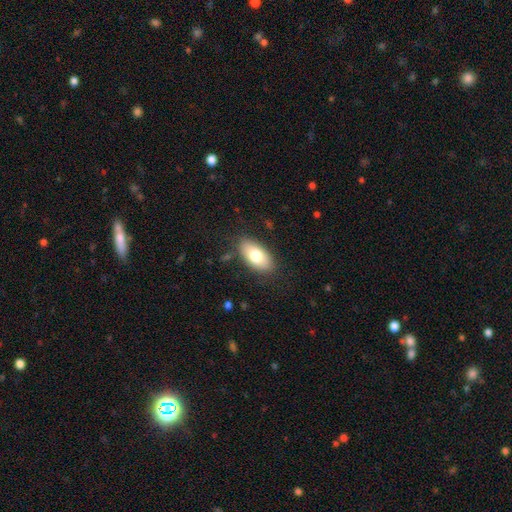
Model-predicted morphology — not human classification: A smooth galaxy with no disk features (75%) that is in between round and cigar-shaped (93%).

Vote fractions:
- Smooth or featured? smooth: 75% / featured or disk: 18% / star or artifact: 7%
- How rounded? in between: 93% / cigar-shaped: 4% / round: 3%
- Merging? none: 84% / minor disturbance: 11% / major disturbance: 3% / merger: 1%